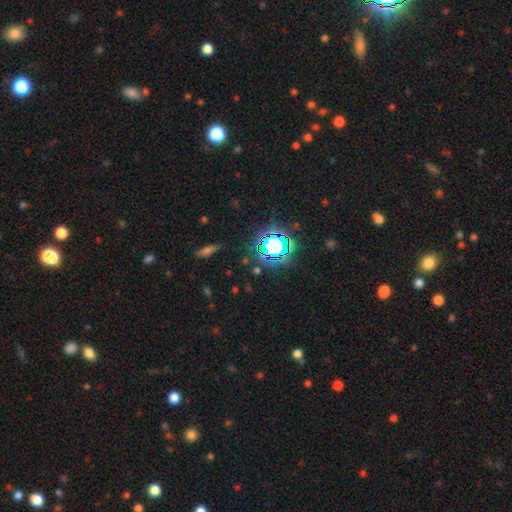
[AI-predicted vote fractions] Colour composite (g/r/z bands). It shows a star or artifact, not a galaxy (80%).